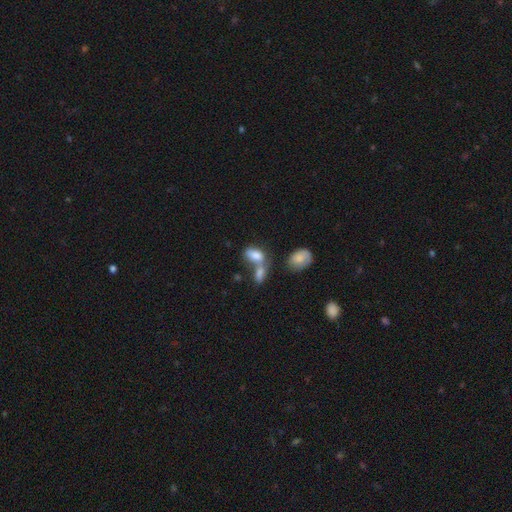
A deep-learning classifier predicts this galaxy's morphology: Smooth or featured? Predicted: smooth (p=0.79). How rounded? Predicted: in between (p=0.89). Merging? Predicted: merger (p=0.51).